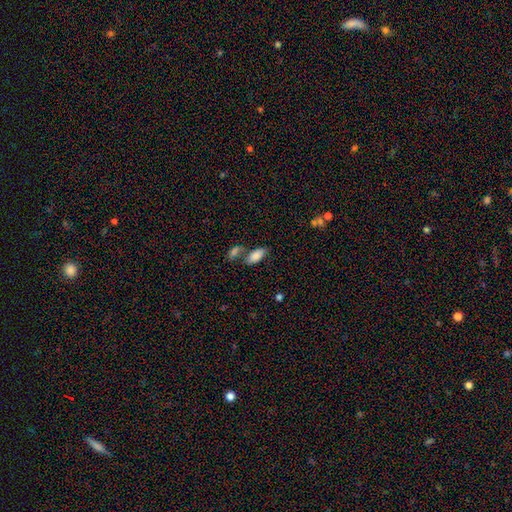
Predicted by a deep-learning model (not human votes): This is clearly a smooth galaxy (85%). How rounded: clearly in between (89%). Merging: possibly none (50%).